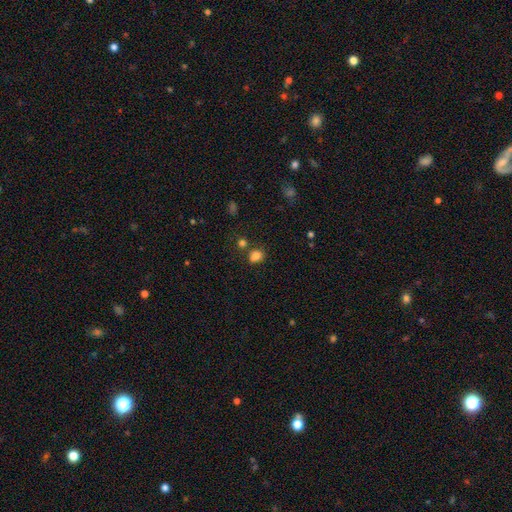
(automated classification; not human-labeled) Smooth or featured?
  - smooth: 81% *
  - star or artifact: 13%
  - featured or disk: 6%
How rounded?
  - round: 64% *
  - in between: 35%
  - cigar-shaped: 1%
Merging?
  - none: 67% *
  - merger: 15%
  - minor disturbance: 13%
  - major disturbance: 4%